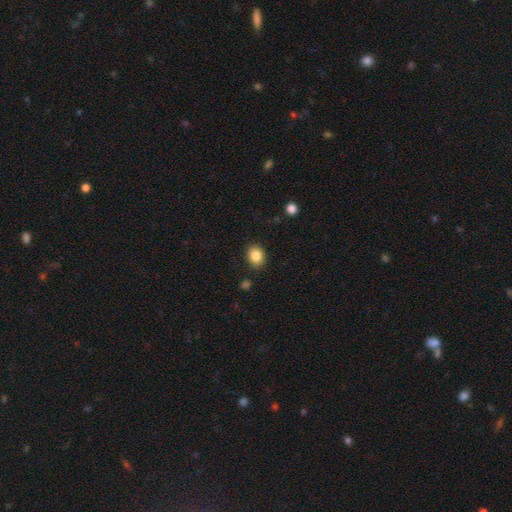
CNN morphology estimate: Smooth or featured?
  - smooth: 85% *
  - star or artifact: 9%
  - featured or disk: 6%
How rounded?
  - round: 52% *
  - in between: 48%
  - cigar-shaped: 1%
Merging?
  - none: 87% *
  - minor disturbance: 9%
  - major disturbance: 2%
  - merger: 2%